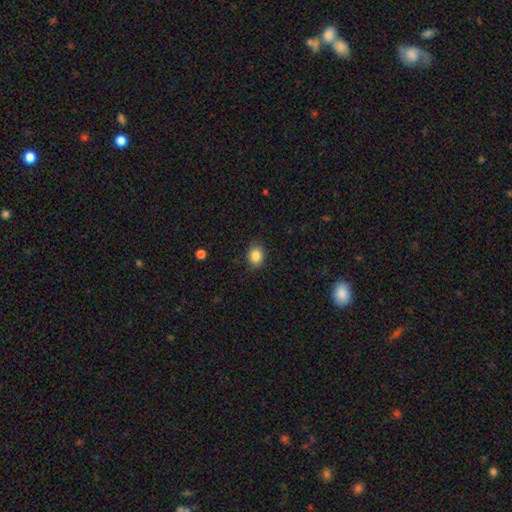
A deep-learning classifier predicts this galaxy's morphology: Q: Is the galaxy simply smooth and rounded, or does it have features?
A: smooth — 85%.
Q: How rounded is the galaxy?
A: in between — 54%.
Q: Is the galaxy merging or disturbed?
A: none — 83%.